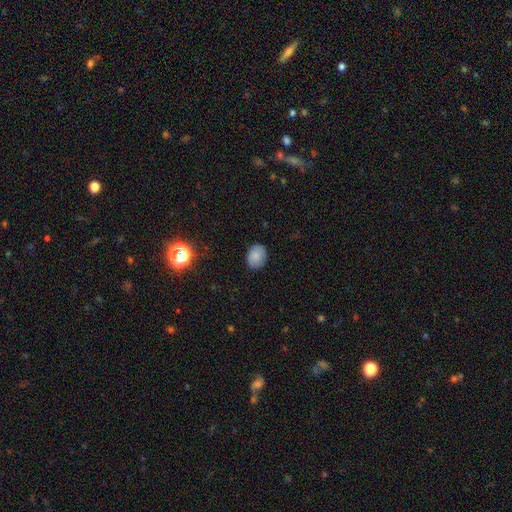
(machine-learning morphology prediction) Smooth or featured? Predicted: smooth (p=0.83). How rounded? Predicted: in between (p=0.61). Merging? Predicted: none (p=0.85).